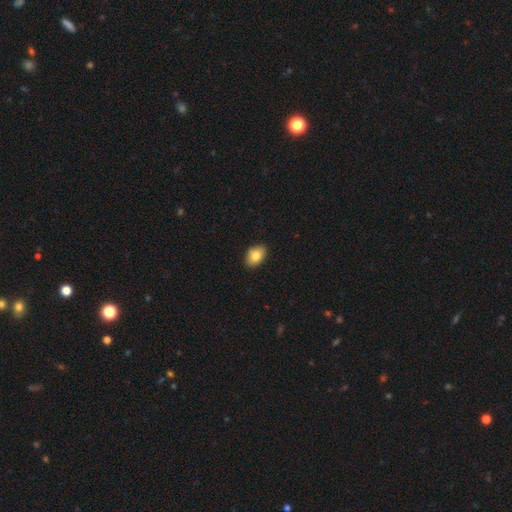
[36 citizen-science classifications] A smooth galaxy with no disk features (92%) that is in between round and cigar-shaped (91%).

Vote fractions:
- Smooth or featured? smooth: 92% / featured or disk: 6% / star or artifact: 3%
- How rounded? in between: 91% / round: 9% / cigar-shaped: 0%
- Merging? none: 77% / minor disturbance: 14% / major disturbance: 6% / merger: 3%